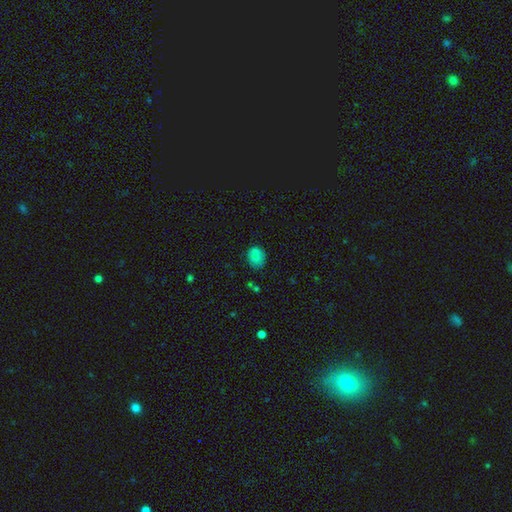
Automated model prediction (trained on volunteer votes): Q: Smooth or featured?
A: smooth (76%); runner-up: featured or disk (13%)
Q: How rounded?
A: round (59%); runner-up: in between (40%)
Q: Merging?
A: none (68%); runner-up: minor disturbance (16%)